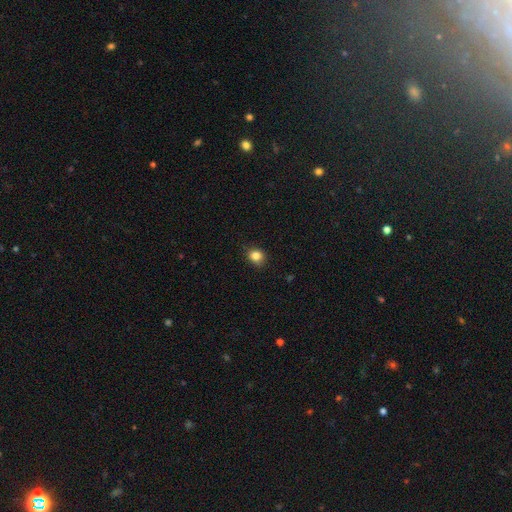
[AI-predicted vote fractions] smooth-or-featured: smooth: 84% | star or artifact: 11% | featured or disk: 5%
  how-rounded: round: 70% | in between: 29% | cigar-shaped: 1%
  merging: none: 82% | minor disturbance: 14% | major disturbance: 3% | merger: 1%